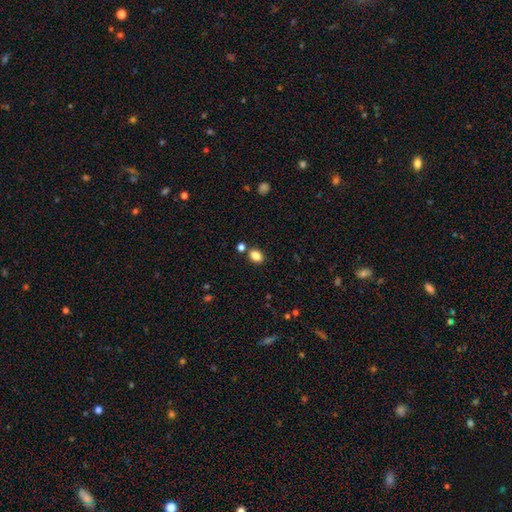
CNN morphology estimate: smooth-or-featured: smooth: 84% | star or artifact: 11% | featured or disk: 5%
  how-rounded: in between: 68% | round: 31% | cigar-shaped: 1%
  merging: none: 78% | minor disturbance: 10% | merger: 9% | major disturbance: 3%